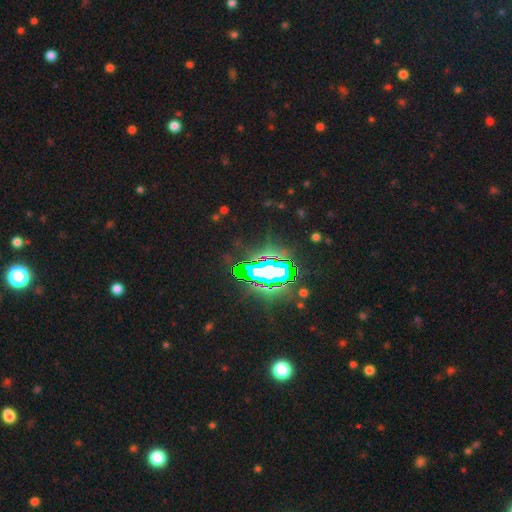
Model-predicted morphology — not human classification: A star or artifact, not a galaxy (78%).